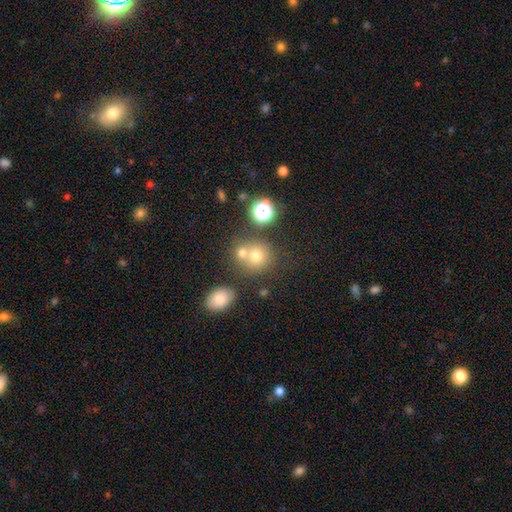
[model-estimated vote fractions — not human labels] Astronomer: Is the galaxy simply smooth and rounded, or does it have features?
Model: smooth — 68%.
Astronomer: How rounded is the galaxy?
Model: round — 84%.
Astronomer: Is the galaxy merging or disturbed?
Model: none — 54% (runner-up: merger, 34%).